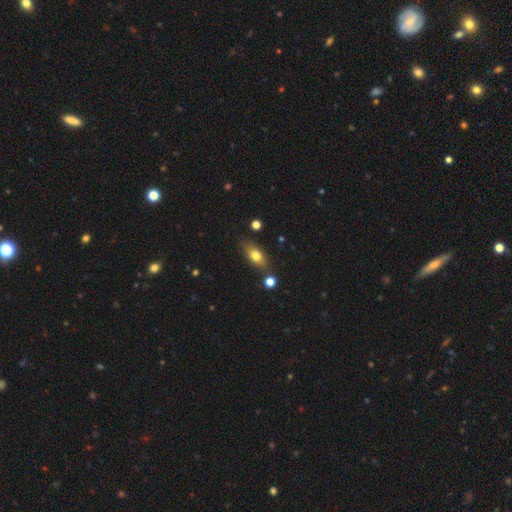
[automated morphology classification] smooth-or-featured: smooth: 71% | featured or disk: 20% | star or artifact: 9%
  how-rounded: in between: 78% | cigar-shaped: 14% | round: 8%
  merging: none: 76% | minor disturbance: 15% | merger: 6% | major disturbance: 4%